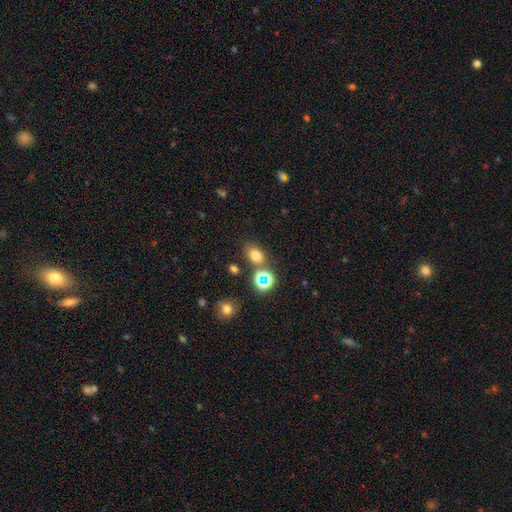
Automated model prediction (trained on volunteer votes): A smooth galaxy with no disk features (72%) that is in between round and cigar-shaped (65%).

Vote fractions:
- Smooth or featured? smooth: 72% / star or artifact: 20% / featured or disk: 8%
- How rounded? in between: 65% / round: 33% / cigar-shaped: 1%
- Merging? none: 72% / merger: 13% / minor disturbance: 11% / major disturbance: 4%